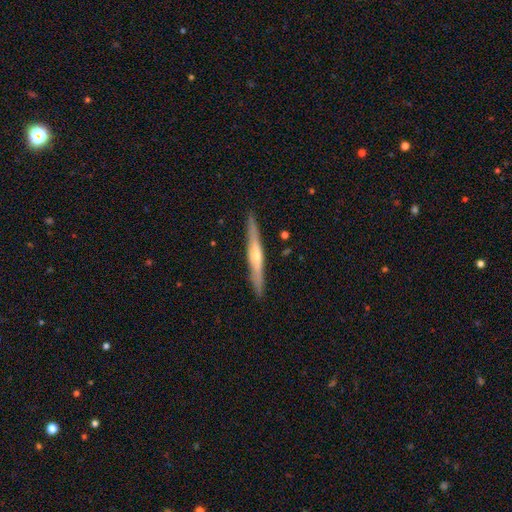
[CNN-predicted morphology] Smooth or featured: featured or disk — 71% (smooth — 23%)
Edge-on disk: yes — 97% (no — 3%)
Edge-on bulge: rounded — 81% (none — 15%)
Merging: none — 91% (minor disturbance — 6%)